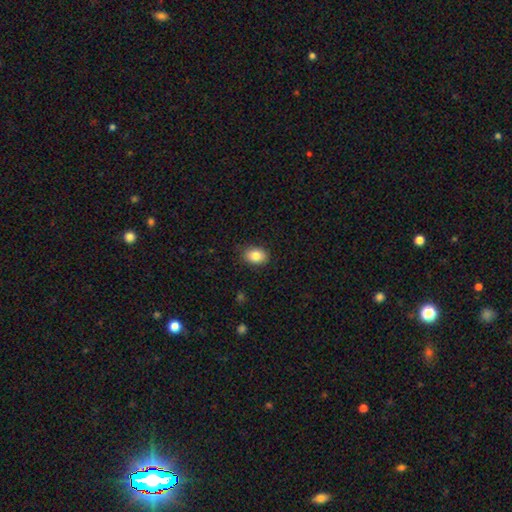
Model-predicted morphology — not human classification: Overall: smooth (85%). How rounded: in between (75%). Merging: none (86%).